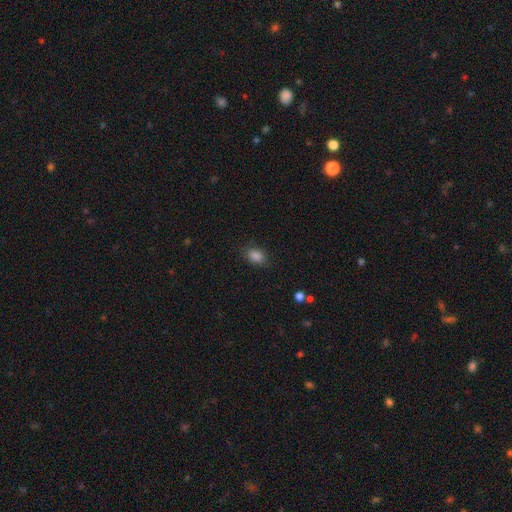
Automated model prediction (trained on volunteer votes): Morphology: type=smooth (86%); roundness=in between (81%); merging=none (83%).